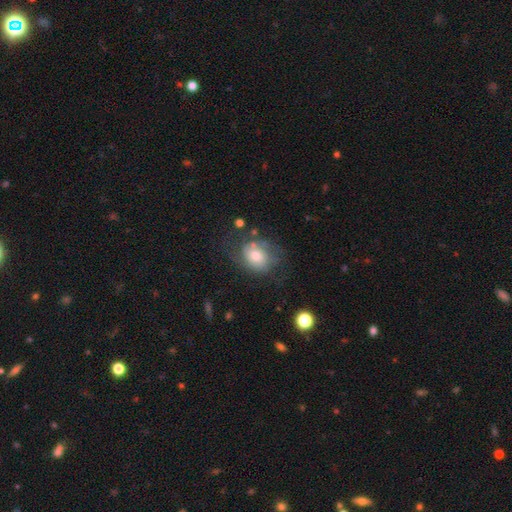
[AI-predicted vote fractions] Smooth or featured: smooth — 48% (featured or disk — 42%)
Merging: none — 50% (minor disturbance — 25%)